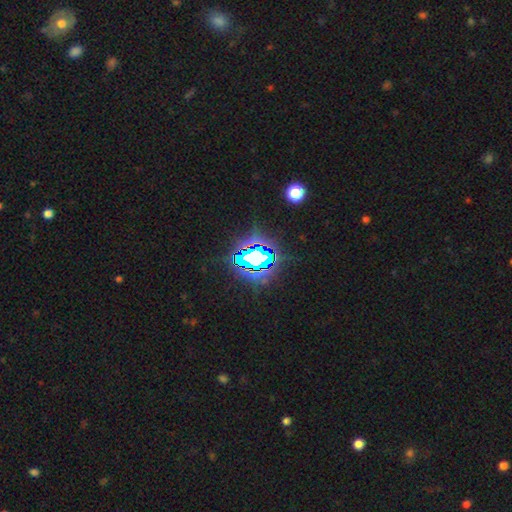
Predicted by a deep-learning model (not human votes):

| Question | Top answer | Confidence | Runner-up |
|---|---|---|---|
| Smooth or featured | star or artifact | 76% | featured or disk (12%) |